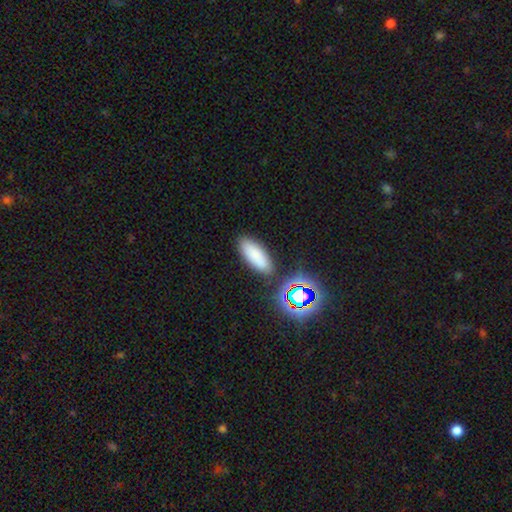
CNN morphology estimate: This is likely a smooth galaxy (78%). How rounded: likely in between (78%). Merging: clearly none (83%).